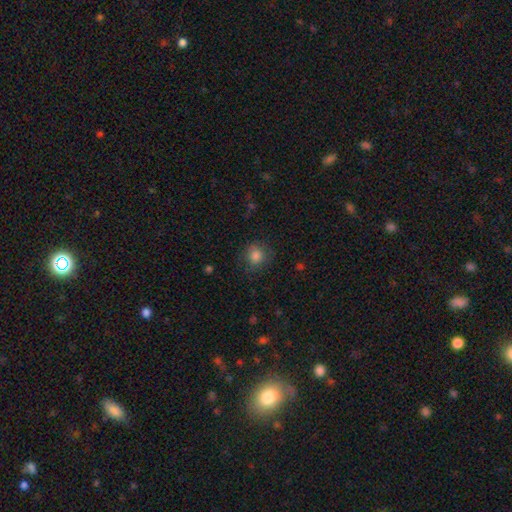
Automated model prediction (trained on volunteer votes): A smooth galaxy with no disk features (83%) that is round (85%). Merging: none (78%).